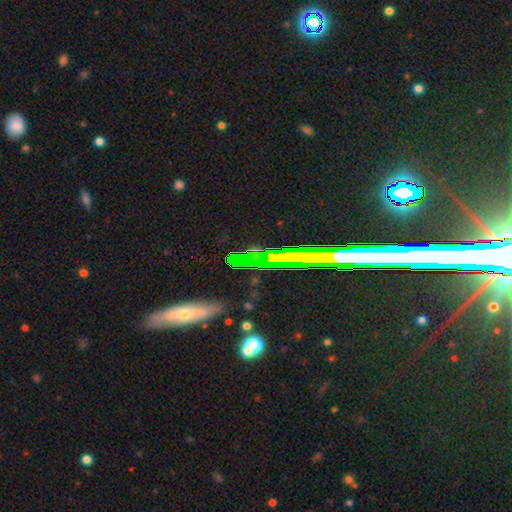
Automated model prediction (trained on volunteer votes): A star or artifact, not a galaxy (54%).